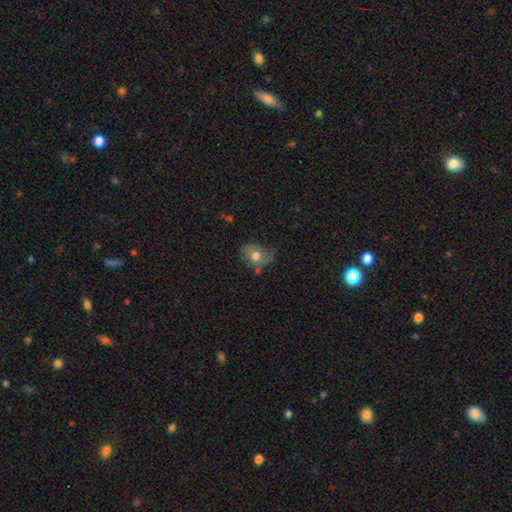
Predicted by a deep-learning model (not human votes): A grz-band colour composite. It shows a smooth galaxy with no disk features (69%) that is in between round and cigar-shaped (67%). Merging: none (52%).